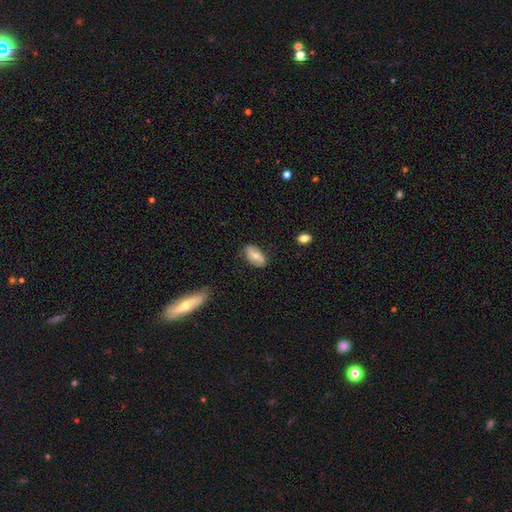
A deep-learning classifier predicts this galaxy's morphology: Q: Smooth or featured?
A: smooth (60%); runner-up: featured or disk (33%)
Q: How rounded?
A: in between (92%); runner-up: round (6%)
Q: Merging?
A: none (75%); runner-up: minor disturbance (19%)